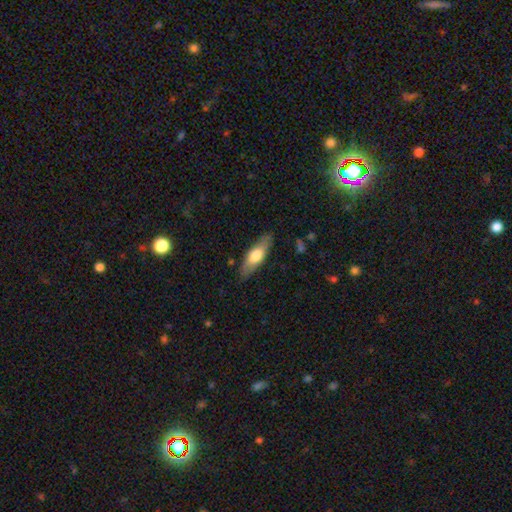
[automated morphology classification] A smooth galaxy with no disk features (61%) that is in between round and cigar-shaped (53%). Merging: none (84%).